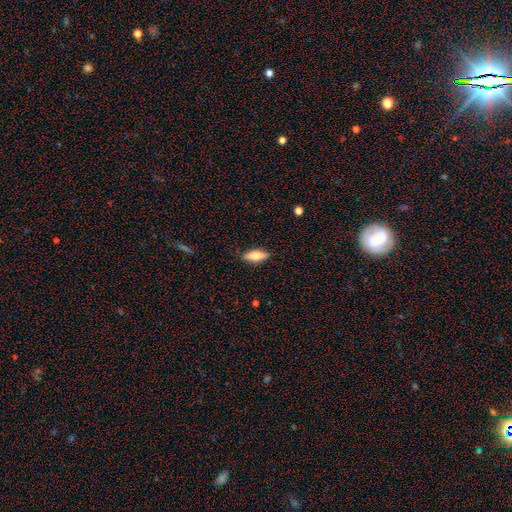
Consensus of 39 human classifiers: Smooth or featured? smooth (82%)
How rounded? in between (69%)
Merging? none (90%)